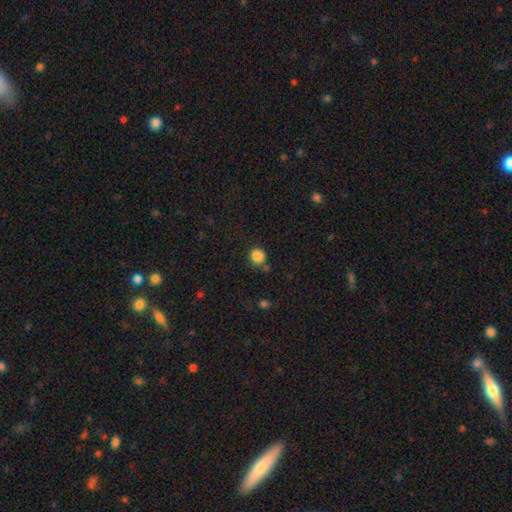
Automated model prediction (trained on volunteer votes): A smooth galaxy with no disk features (85%) that is round (83%). Merging: none (70%).